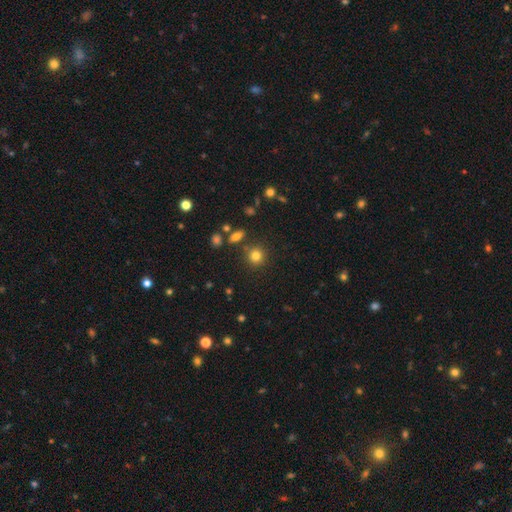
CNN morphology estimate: Smooth or featured: smooth — 80% (star or artifact — 13%)
How rounded: round — 89% (in between — 10%)
Merging: none — 83% (minor disturbance — 8%)